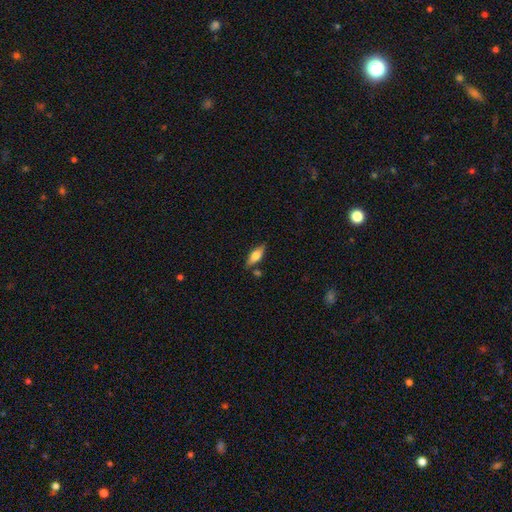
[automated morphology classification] smooth_or_featured: smooth (p=0.61) [alt: featured or disk p=0.32]
how_rounded: in between (p=0.67) [alt: cigar-shaped p=0.30]
merging: none (p=0.79) [alt: minor disturbance p=0.13]